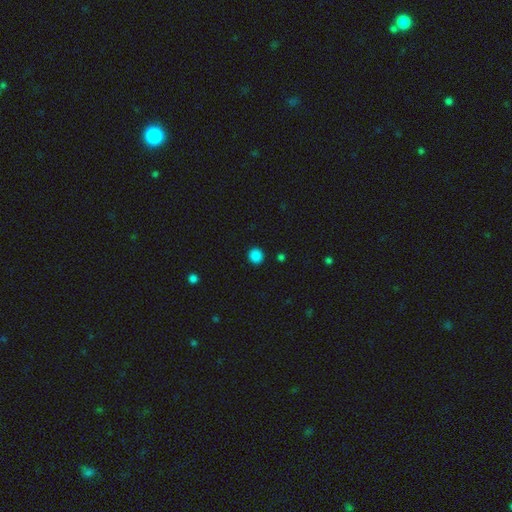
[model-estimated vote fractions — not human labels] A smooth galaxy with no disk features (86%) that is round (91%). Merging: none (91%).